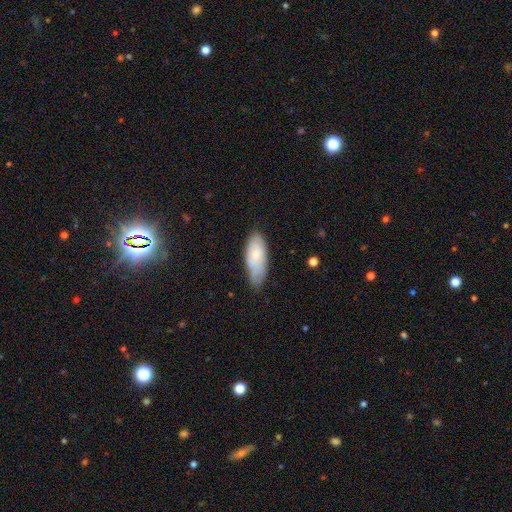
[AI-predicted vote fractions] A smooth galaxy with no disk features (70%) that is in between round and cigar-shaped (80%).

Vote fractions:
- Smooth or featured? smooth: 70% / featured or disk: 23% / star or artifact: 6%
- How rounded? in between: 80% / cigar-shaped: 18% / round: 2%
- Merging? none: 59% / minor disturbance: 33% / major disturbance: 6% / merger: 2%